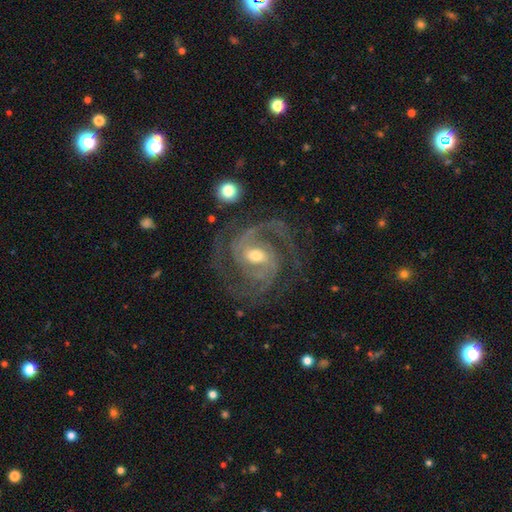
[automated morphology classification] Q: Smooth or featured?
A: featured or disk (93%); runner-up: star or artifact (4%)
Q: Edge-on disk?
A: no (98%); runner-up: yes (2%)
Q: Bar?
A: weak (49%); runner-up: no (30%)
Q: Spiral arms?
A: yes (98%); runner-up: no (2%)
Q: Spiral winding?
A: medium (49%); runner-up: tight (43%)
Q: Spiral arm count?
A: 2 (57%); runner-up: 3 (22%)
Q: Bulge size?
A: moderate (62%); runner-up: small (31%)
Q: Merging?
A: none (73%); runner-up: minor disturbance (15%)